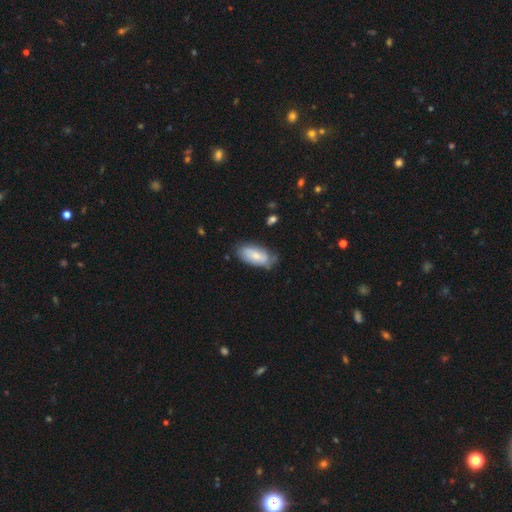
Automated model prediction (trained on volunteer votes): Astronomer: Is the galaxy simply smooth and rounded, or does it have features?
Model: smooth — 65%.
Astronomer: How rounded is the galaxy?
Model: in between — 90%.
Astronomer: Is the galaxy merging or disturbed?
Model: none — 62%.